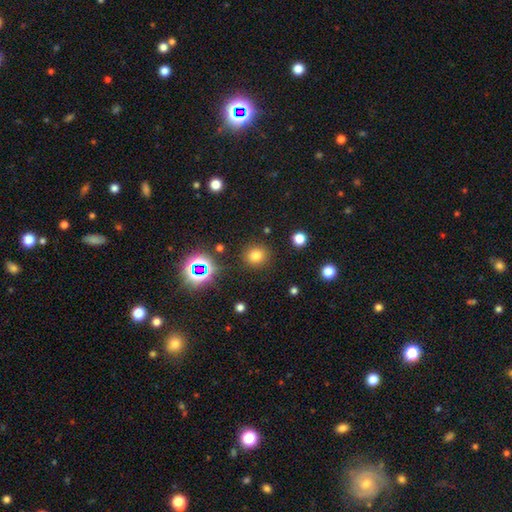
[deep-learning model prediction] This is likely a smooth galaxy (73%). How rounded: clearly round (90%). Merging: clearly none (88%).